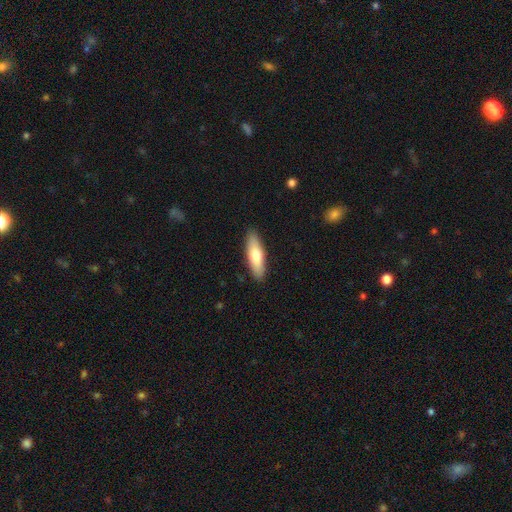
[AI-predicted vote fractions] smooth_or_featured: smooth (p=0.70) [alt: featured or disk p=0.24]
how_rounded: cigar-shaped (p=0.54) [alt: in between p=0.44]
merging: none (p=0.89) [alt: minor disturbance p=0.08]